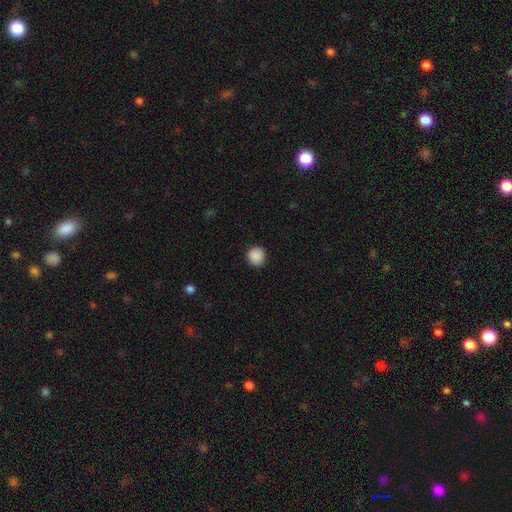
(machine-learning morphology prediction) Q: Smooth or featured?
A: smooth (89%); runner-up: star or artifact (9%)
Q: How rounded?
A: round (93%); runner-up: in between (6%)
Q: Merging?
A: none (90%); runner-up: minor disturbance (7%)